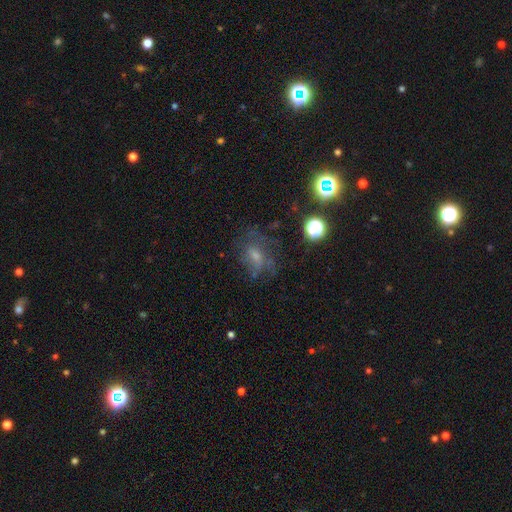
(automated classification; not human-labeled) A featured or disk galaxy (42%). Merging: none (60%).